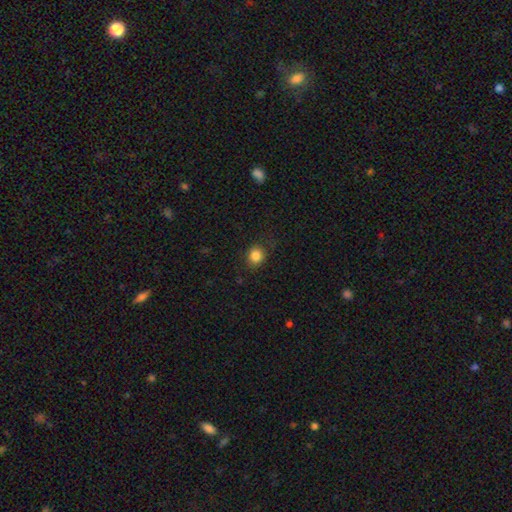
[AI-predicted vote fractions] The model was most divided on "how rounded": round: 76%, in between: 23%, cigar-shaped: 1%. More confident: smooth or featured — smooth (85%); merging — none (84%).